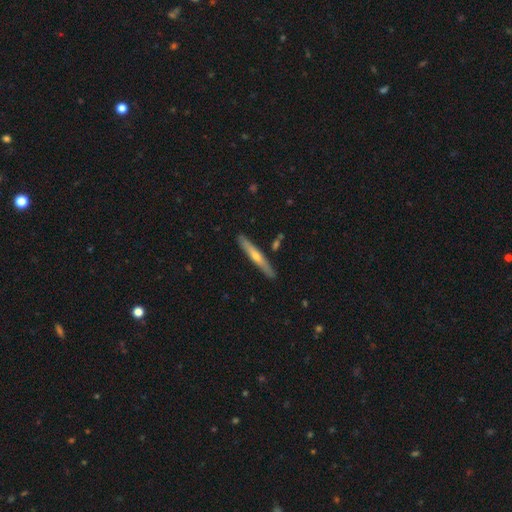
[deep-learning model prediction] Smooth or featured? Predicted: featured or disk (p=0.54). Edge-on disk? Predicted: yes (p=0.94). Edge-on bulge? Predicted: rounded (p=0.72). Merging? Predicted: none (p=0.88).